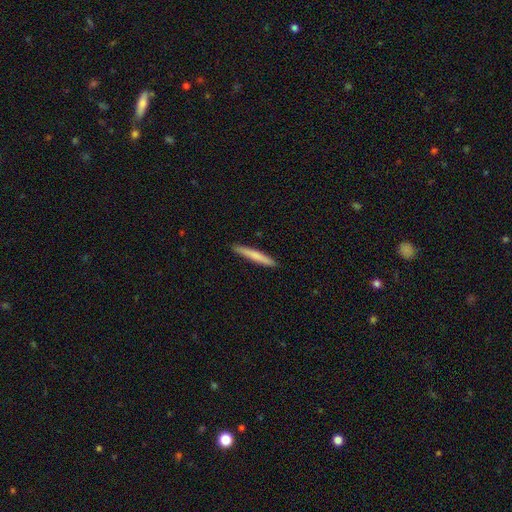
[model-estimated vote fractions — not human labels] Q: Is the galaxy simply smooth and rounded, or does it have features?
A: smooth — 71%.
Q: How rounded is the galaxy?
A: cigar-shaped — 96%.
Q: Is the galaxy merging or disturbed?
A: none — 91%.